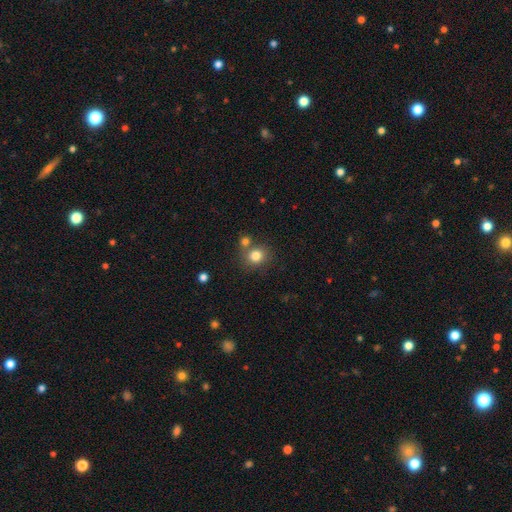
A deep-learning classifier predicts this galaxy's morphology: smooth_or_featured: smooth (p=0.81) [alt: star or artifact p=0.11]
how_rounded: round (p=0.82) [alt: in between p=0.17]
merging: none (p=0.66) [alt: merger p=0.22]